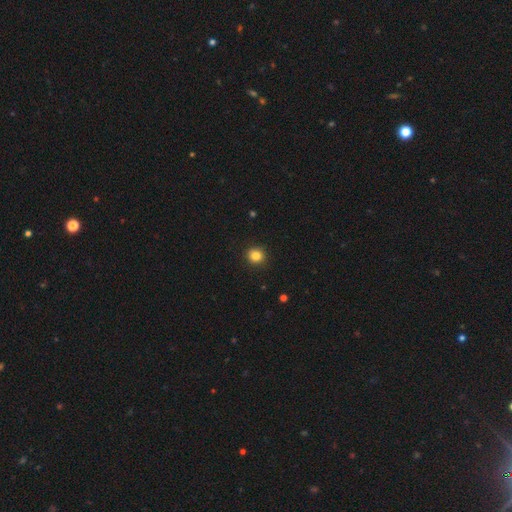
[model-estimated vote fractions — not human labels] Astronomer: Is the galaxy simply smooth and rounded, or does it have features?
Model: smooth — 84%.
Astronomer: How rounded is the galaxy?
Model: round — 91%.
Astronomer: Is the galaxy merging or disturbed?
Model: none — 92%.